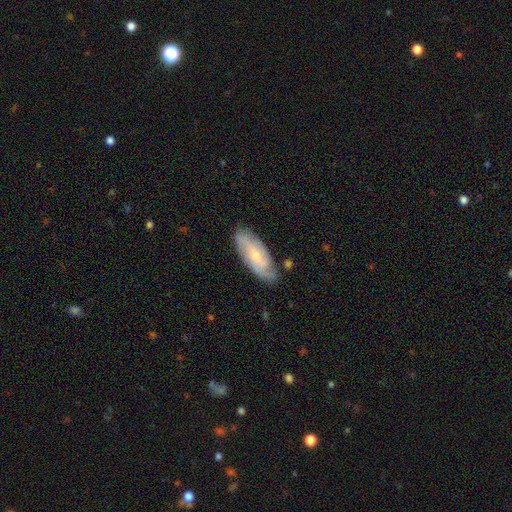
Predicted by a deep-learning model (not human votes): Smooth or featured: featured or disk — 62% (smooth — 32%)
Edge-on disk: no — 89% (yes — 11%)
Bar: no — 62% (weak — 32%)
Spiral arms: yes — 90% (no — 10%)
Bulge size: small — 66% (moderate — 28%)
Merging: none — 75% (minor disturbance — 18%)